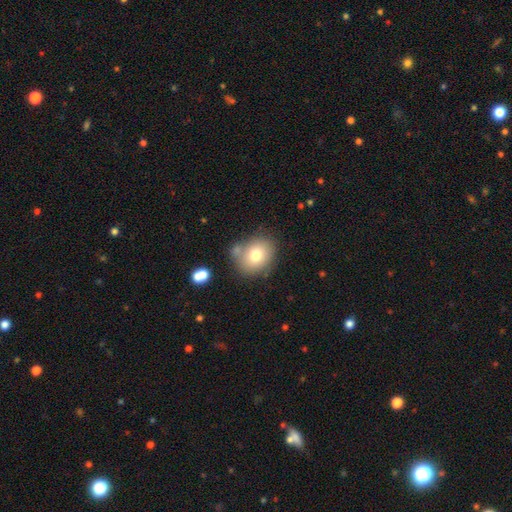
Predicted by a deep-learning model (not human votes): A smooth galaxy with no disk features (73%) that is round (63%). Merging: none (66%).